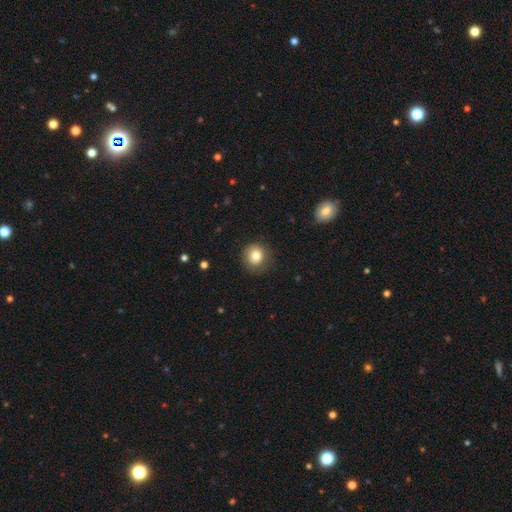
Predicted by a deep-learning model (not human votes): This is clearly a smooth galaxy (80%). How rounded: clearly round (88%). Merging: clearly none (82%).